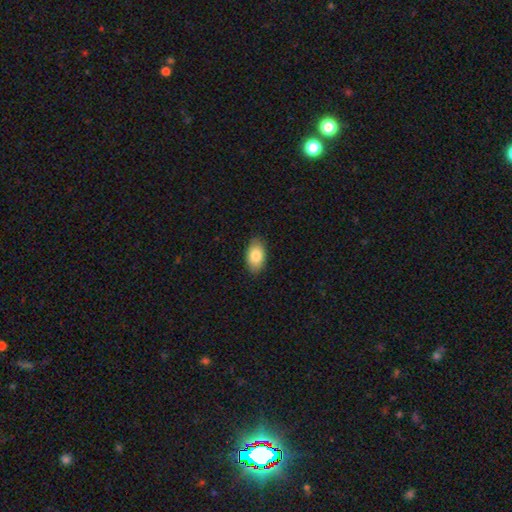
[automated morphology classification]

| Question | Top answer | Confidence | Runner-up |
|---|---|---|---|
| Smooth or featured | smooth | 84% | featured or disk (10%) |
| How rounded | in between | 93% | round (5%) |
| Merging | none | 87% | minor disturbance (10%) |